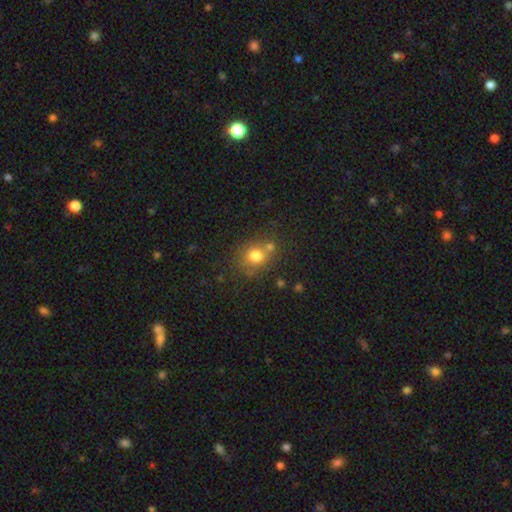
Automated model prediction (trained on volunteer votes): The model was most divided on "merging": none: 56%, merger: 26%, minor disturbance: 13%, major disturbance: 5%. More confident: smooth or featured — smooth (76%); how rounded — round (72%).